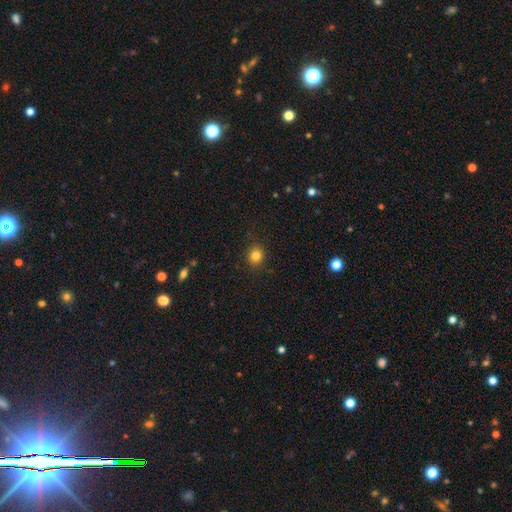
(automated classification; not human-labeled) smooth_or_featured: smooth (p=0.82) [alt: star or artifact p=0.12]
how_rounded: round (p=0.84) [alt: in between p=0.15]
merging: none (p=0.90) [alt: minor disturbance p=0.07]